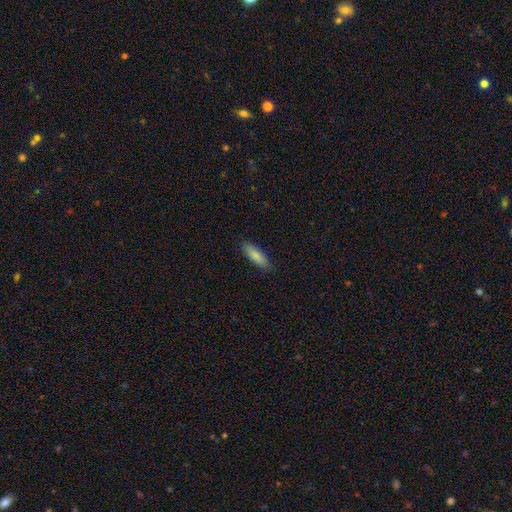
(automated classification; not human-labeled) Morphology: type=smooth (86%); roundness=in between (58%); merging=none (87%).